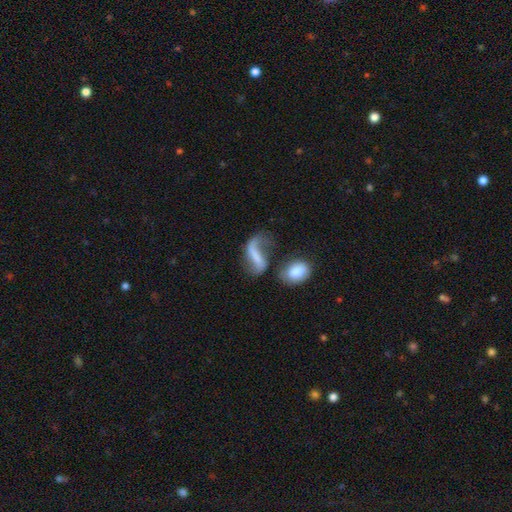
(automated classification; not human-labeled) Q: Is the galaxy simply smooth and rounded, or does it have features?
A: featured or disk — 62%.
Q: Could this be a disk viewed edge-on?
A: no — 94%.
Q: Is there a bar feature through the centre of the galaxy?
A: strong — 41%.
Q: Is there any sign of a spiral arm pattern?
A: yes — 77%.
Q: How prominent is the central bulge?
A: none — 56%.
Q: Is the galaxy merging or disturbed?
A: none — 32%.